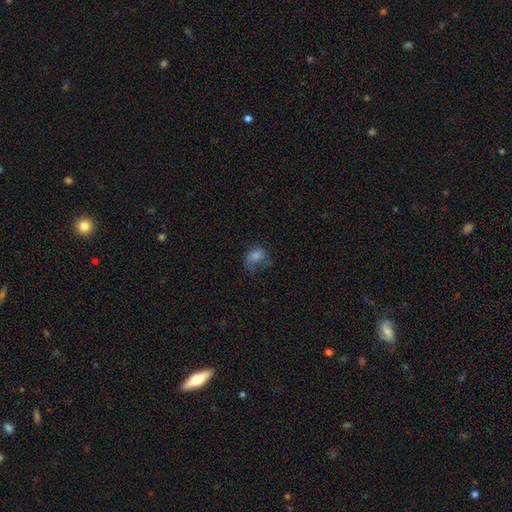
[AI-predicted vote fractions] Q: Smooth or featured?
A: smooth (61%); runner-up: featured or disk (22%)
Q: How rounded?
A: in between (58%); runner-up: round (41%)
Q: Merging?
A: major disturbance (36%); runner-up: none (34%)